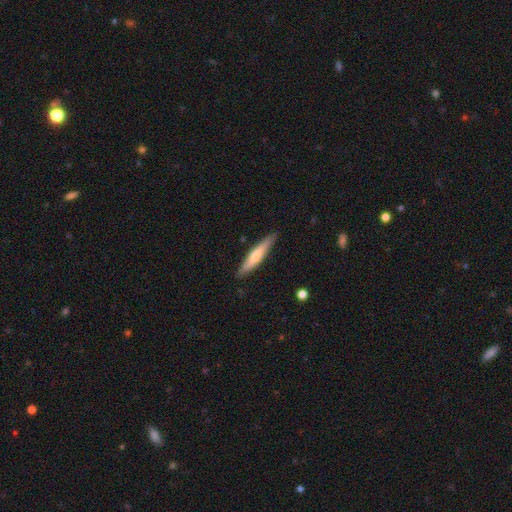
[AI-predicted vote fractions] Smooth or featured: smooth — 54% (featured or disk — 40%)
How rounded: cigar-shaped — 89% (in between — 9%)
Merging: none — 88% (minor disturbance — 9%)